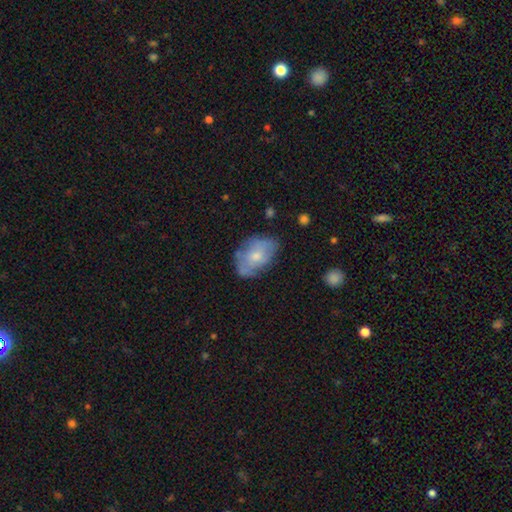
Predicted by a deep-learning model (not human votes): The model was most divided on "smooth or featured": smooth: 53%, featured or disk: 40%, star or artifact: 7%. More confident: how rounded — in between (86%); merging — none (60%).